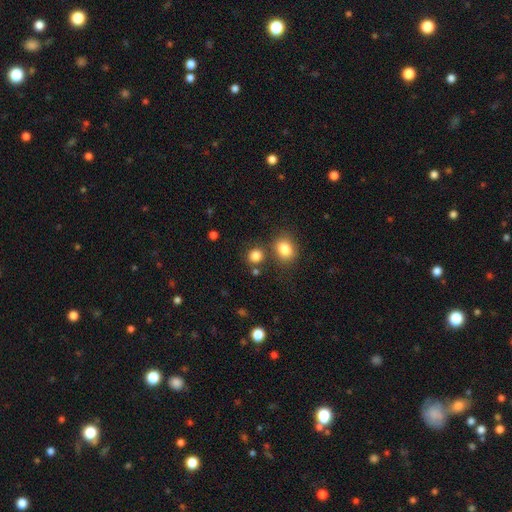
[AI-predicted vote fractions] Smooth or featured: smooth — 82% (star or artifact — 12%)
How rounded: round — 82% (in between — 17%)
Merging: none — 74% (merger — 14%)